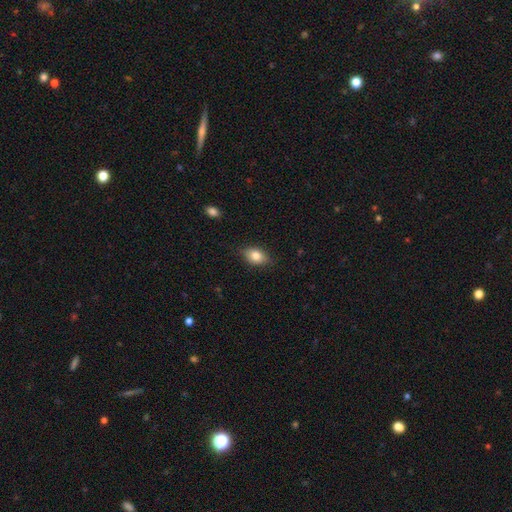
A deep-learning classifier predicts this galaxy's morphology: This appears to be a smooth galaxy with no disk features (81%) that is in between round and cigar-shaped (81%). Merging: none (79%).